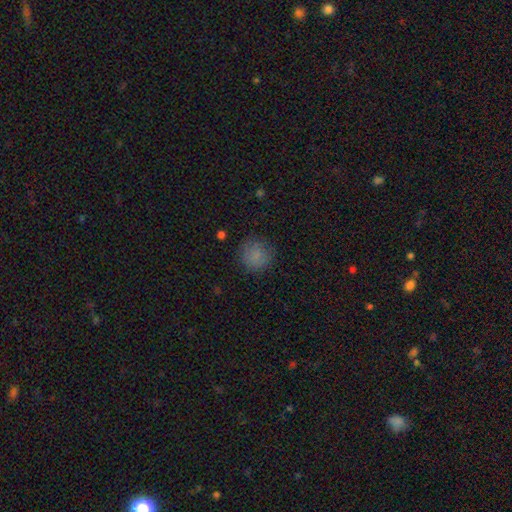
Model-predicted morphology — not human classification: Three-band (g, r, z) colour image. It shows a smooth galaxy with no disk features (80%) that is round (91%). Merging: none (80%).